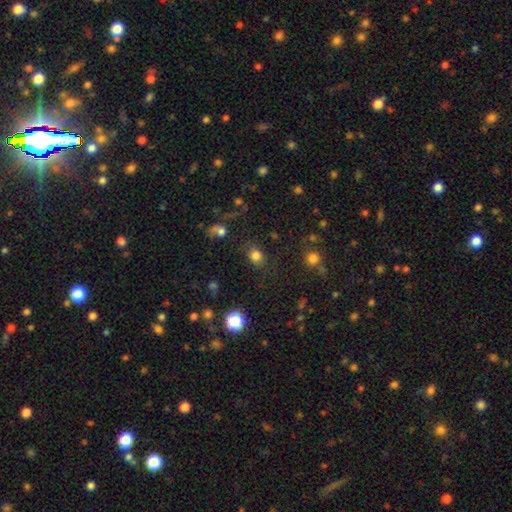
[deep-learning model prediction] smooth-or-featured: smooth: 79% | star or artifact: 15% | featured or disk: 6%
  how-rounded: round: 53% | in between: 46% | cigar-shaped: 1%
  merging: none: 77% | minor disturbance: 13% | major disturbance: 5% | merger: 4%